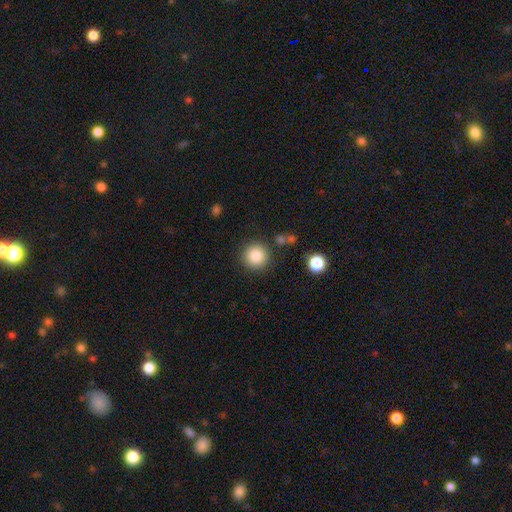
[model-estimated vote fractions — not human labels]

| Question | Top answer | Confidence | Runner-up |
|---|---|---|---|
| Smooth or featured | smooth | 86% | star or artifact (9%) |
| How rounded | round | 94% | in between (5%) |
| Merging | none | 87% | minor disturbance (8%) |